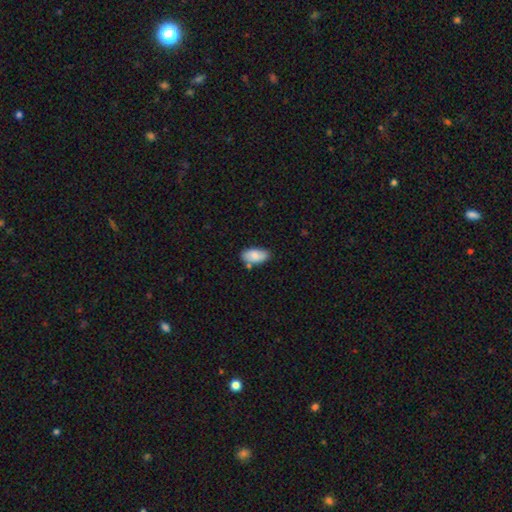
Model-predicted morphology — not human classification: smooth_or_featured: smooth (p=0.82) [alt: featured or disk p=0.11]
how_rounded: in between (p=0.94) [alt: cigar-shaped p=0.04]
merging: none (p=0.72) [alt: minor disturbance p=0.18]